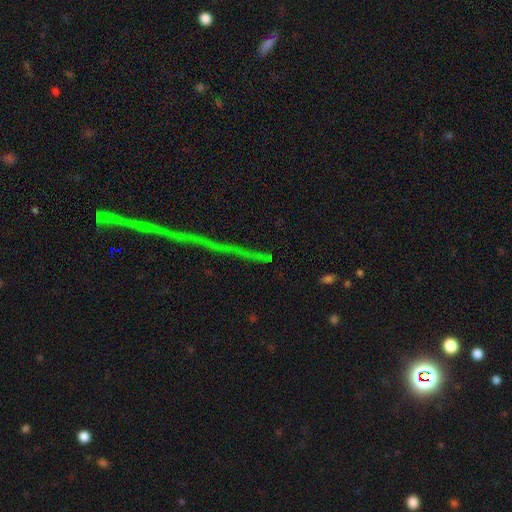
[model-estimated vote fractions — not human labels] Smooth or featured?
  - star or artifact: 80% *
  - featured or disk: 11%
  - smooth: 9%